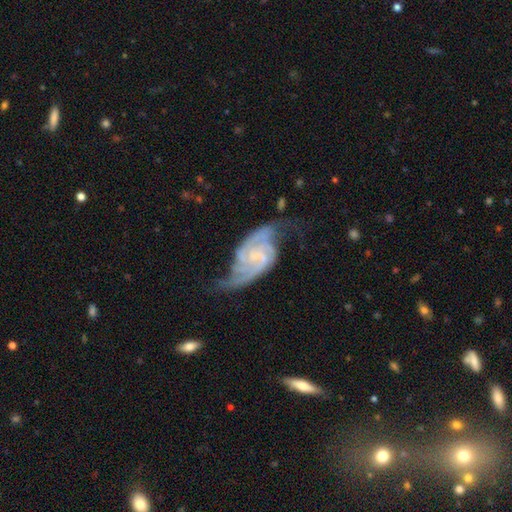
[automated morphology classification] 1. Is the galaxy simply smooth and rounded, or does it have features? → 88% featured or disk, 6% smooth, 5% star or artifact.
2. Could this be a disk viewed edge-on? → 97% no, 3% yes.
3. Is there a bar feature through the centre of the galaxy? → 44% weak, 43% no, 13% strong.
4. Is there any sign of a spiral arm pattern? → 97% yes, 3% no.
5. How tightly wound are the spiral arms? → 47% medium, 31% tight, 21% loose.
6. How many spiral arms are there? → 67% 2, 14% 3, 9% can't tell, 4% 4, 3% 1, 3% more than 4.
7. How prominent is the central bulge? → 54% small, 28% none, 15% moderate, 2% large, 1% dominant.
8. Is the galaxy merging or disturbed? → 56% none, 24% minor disturbance, 17% major disturbance, 3% merger.